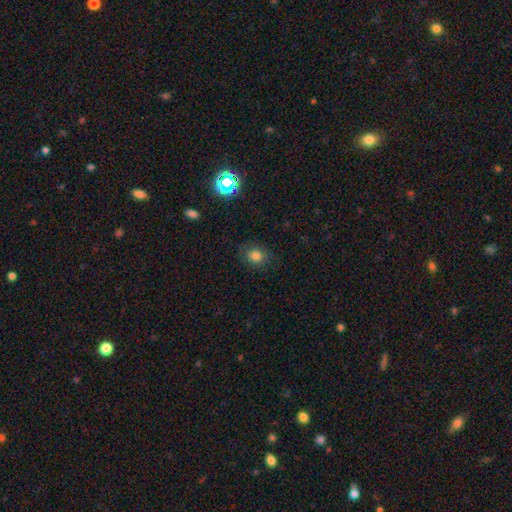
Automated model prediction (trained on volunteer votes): The model was most divided on "how rounded": round: 62%, in between: 37%, cigar-shaped: 1%. More confident: merging — none (80%); smooth or featured — smooth (77%).